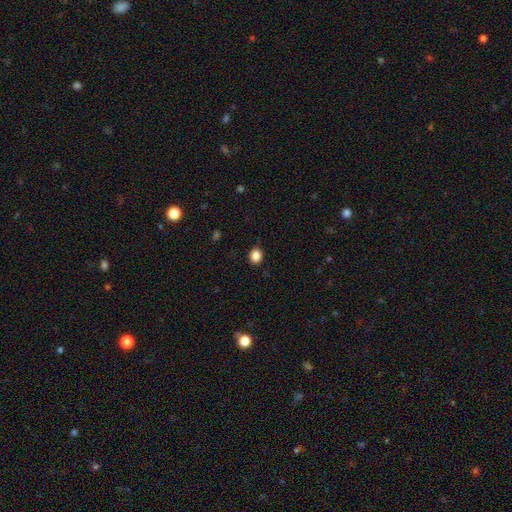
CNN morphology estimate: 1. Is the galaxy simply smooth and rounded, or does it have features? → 86% smooth, 10% star or artifact, 3% featured or disk.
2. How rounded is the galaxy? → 61% round, 38% in between, 1% cigar-shaped.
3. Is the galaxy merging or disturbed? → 86% none, 11% minor disturbance, 2% major disturbance, 1% merger.